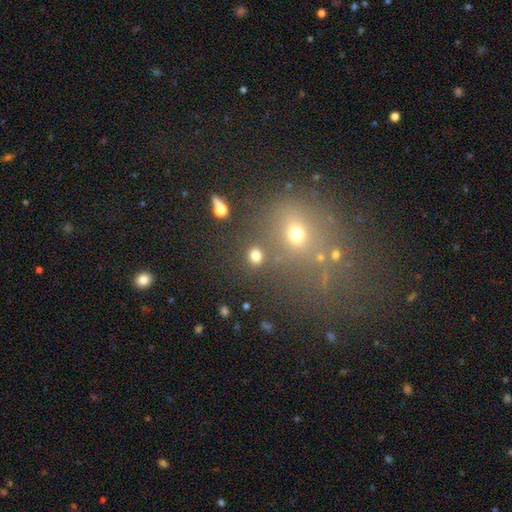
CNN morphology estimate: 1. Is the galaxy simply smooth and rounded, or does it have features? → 76% smooth, 17% star or artifact, 7% featured or disk.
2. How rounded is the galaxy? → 67% round, 31% in between, 2% cigar-shaped.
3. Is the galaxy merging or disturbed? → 79% none, 8% merger, 8% minor disturbance, 4% major disturbance.